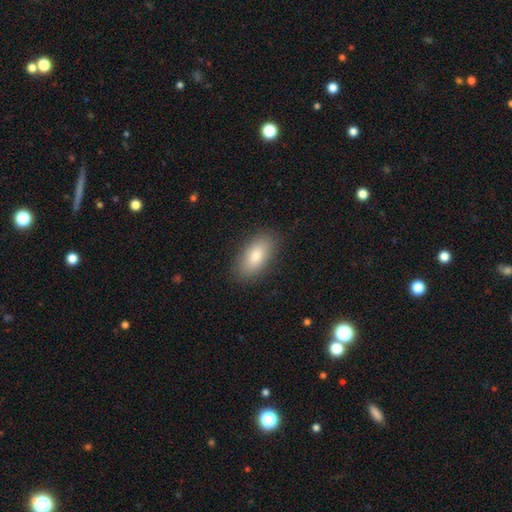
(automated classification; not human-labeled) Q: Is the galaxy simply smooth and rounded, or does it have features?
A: smooth — 82%.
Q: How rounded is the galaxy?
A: in between — 92%.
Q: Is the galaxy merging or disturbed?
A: none — 87%.